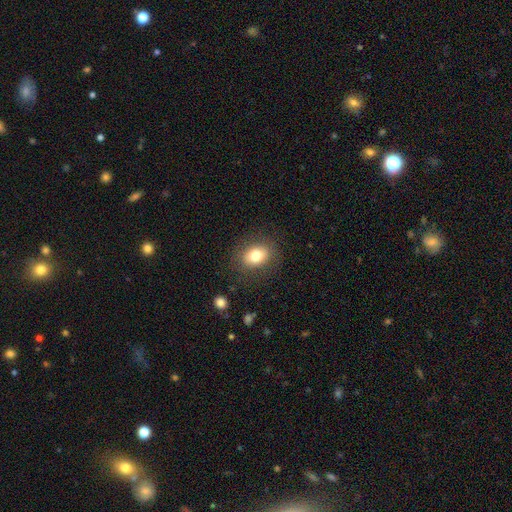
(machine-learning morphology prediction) smooth-or-featured: smooth: 78% | featured or disk: 13% | star or artifact: 10%
  how-rounded: in between: 57% | round: 42% | cigar-shaped: 1%
  merging: none: 83% | minor disturbance: 11% | major disturbance: 5% | merger: 1%